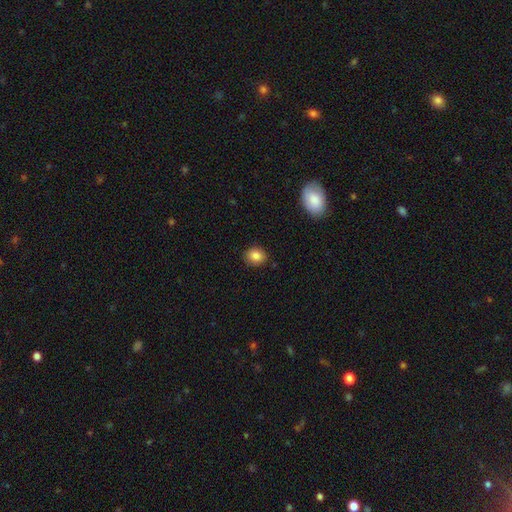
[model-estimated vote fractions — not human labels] smooth 85%, star or artifact 10%, featured or disk 5%. Down the decision tree: how rounded — round (63%); merging — none (87%).